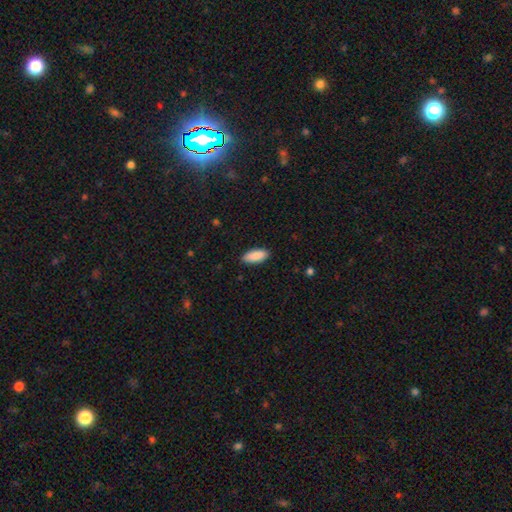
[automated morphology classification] Q: Smooth or featured?
A: smooth (90%); runner-up: star or artifact (6%)
Q: How rounded?
A: in between (84%); runner-up: cigar-shaped (14%)
Q: Merging?
A: none (89%); runner-up: minor disturbance (9%)